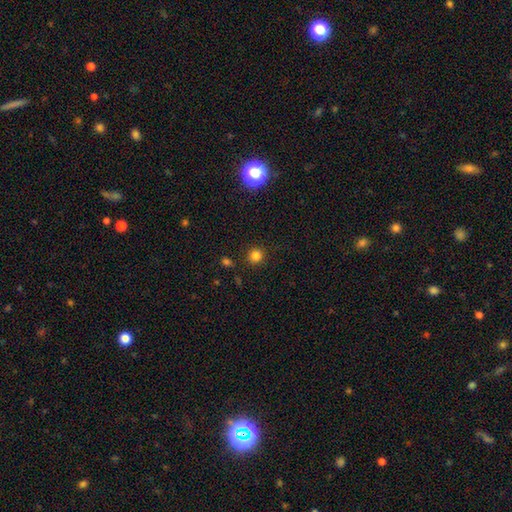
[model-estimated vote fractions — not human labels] Morphology: type=smooth (82%); roundness=round (93%); merging=none (90%).